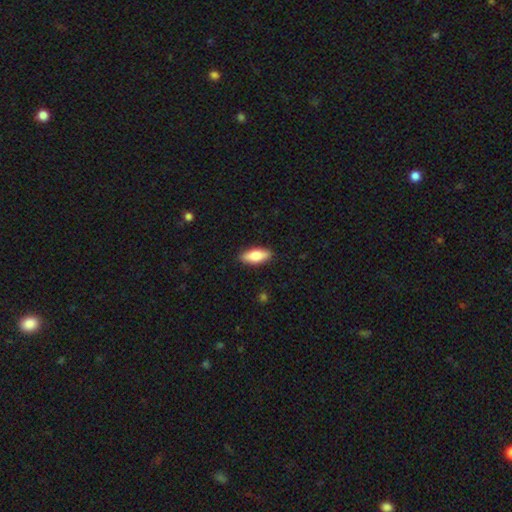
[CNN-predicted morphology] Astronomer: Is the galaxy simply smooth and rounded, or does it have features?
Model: smooth — 79%.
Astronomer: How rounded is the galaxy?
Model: in between — 76%.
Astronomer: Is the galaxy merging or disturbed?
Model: none — 89%.